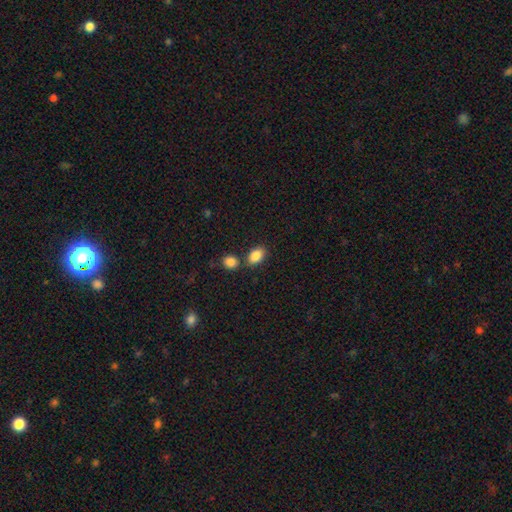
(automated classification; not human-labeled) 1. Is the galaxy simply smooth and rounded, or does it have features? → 87% smooth, 8% star or artifact, 5% featured or disk.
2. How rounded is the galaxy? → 85% in between, 13% round, 2% cigar-shaped.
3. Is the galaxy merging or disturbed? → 70% none, 16% merger, 11% minor disturbance, 3% major disturbance.